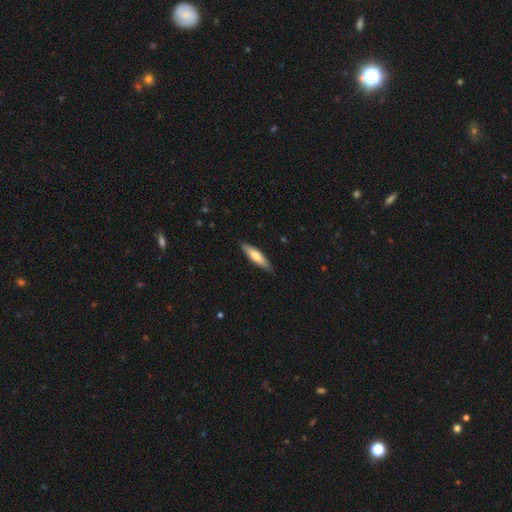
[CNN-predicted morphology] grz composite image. It shows a smooth galaxy with no disk features (67%) that is cigar-shaped (76%). Merging: none (88%).